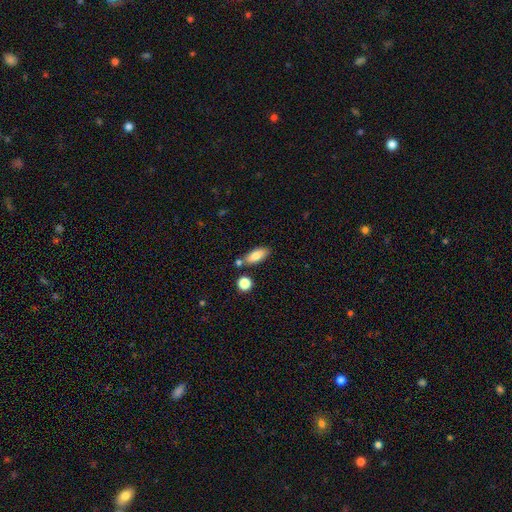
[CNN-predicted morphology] Q: Smooth or featured?
A: smooth (80%); runner-up: featured or disk (12%)
Q: How rounded?
A: in between (81%); runner-up: cigar-shaped (15%)
Q: Merging?
A: none (73%); runner-up: minor disturbance (13%)